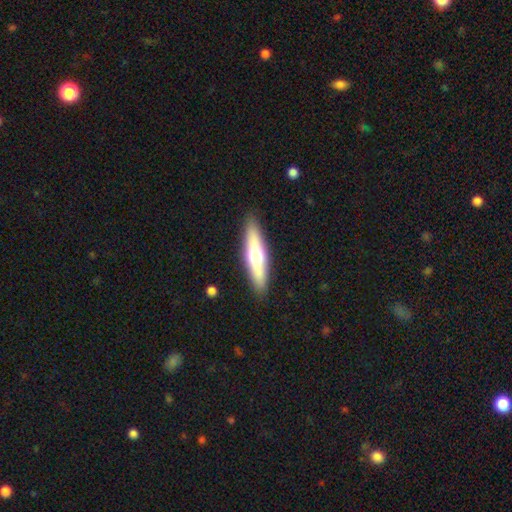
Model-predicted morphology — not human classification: A smooth galaxy with no disk features (49%). Merging: none (89%).